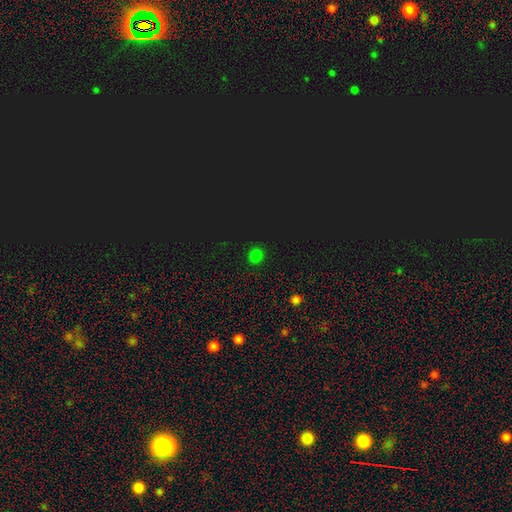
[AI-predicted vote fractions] A smooth galaxy with no disk features (72%) that is round (83%).

Vote fractions:
- Smooth or featured? smooth: 72% / star or artifact: 25% / featured or disk: 3%
- How rounded? round: 83% / in between: 16% / cigar-shaped: 1%
- Merging? none: 91% / minor disturbance: 6% / major disturbance: 2% / merger: 1%